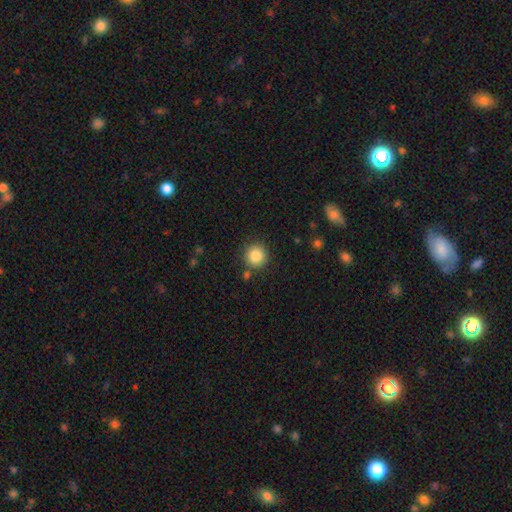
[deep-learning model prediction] smooth_or_featured: smooth (p=0.85) [alt: star or artifact p=0.10]
how_rounded: round (p=0.94) [alt: in between p=0.06]
merging: none (p=0.85) [alt: minor disturbance p=0.08]